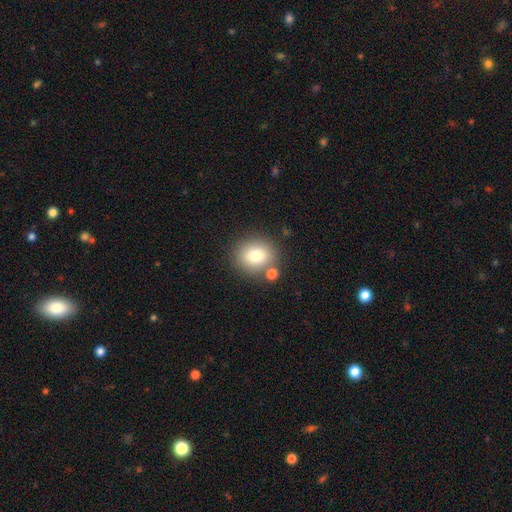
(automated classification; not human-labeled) The model was most divided on "how rounded": round: 77%, in between: 22%, cigar-shaped: 1%. More confident: smooth or featured — smooth (79%); merging — none (76%).